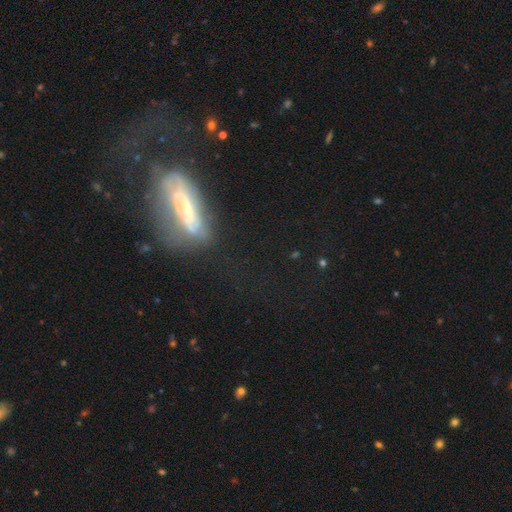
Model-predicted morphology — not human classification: smooth-or-featured: featured or disk: 55% | smooth: 29% | star or artifact: 15%
  disk-edge-on: no: 67% | yes: 33%
  merging: none: 42% | major disturbance: 31% | minor disturbance: 20% | merger: 6%